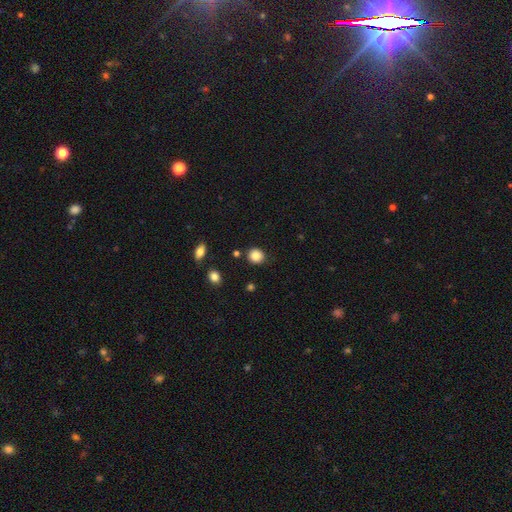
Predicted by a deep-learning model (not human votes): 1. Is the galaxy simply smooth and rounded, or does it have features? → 85% smooth, 10% star or artifact, 5% featured or disk.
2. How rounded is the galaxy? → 85% round, 14% in between, 1% cigar-shaped.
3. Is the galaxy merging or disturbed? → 86% none, 9% minor disturbance, 3% merger, 2% major disturbance.